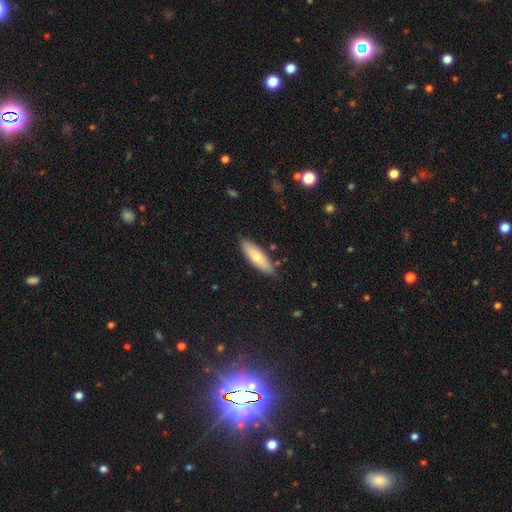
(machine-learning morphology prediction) Smooth or featured? Predicted: smooth (p=0.74). How rounded? Predicted: cigar-shaped (p=0.55). Merging? Predicted: none (p=0.87).